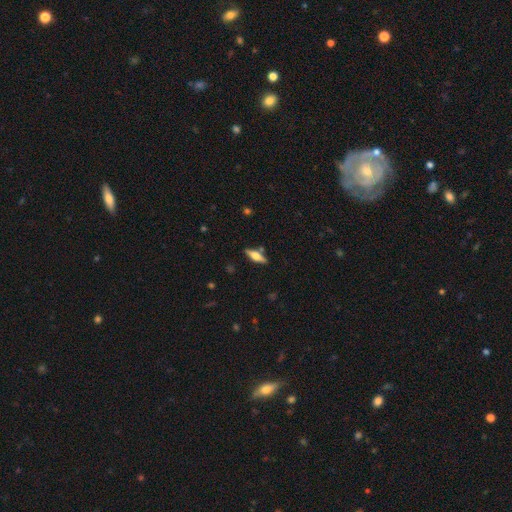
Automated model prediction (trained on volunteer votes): featured or disk 53%, smooth 40%, star or artifact 7%. Down the decision tree: edge-on disk — yes (94%); edge-on bulge — rounded (90%); merging — none (82%).